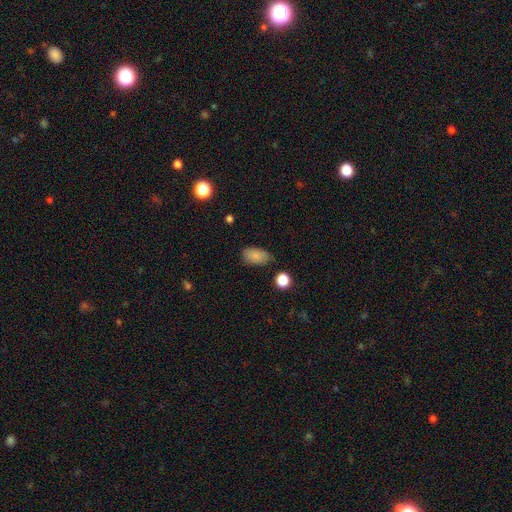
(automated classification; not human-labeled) Smooth or featured? Predicted: smooth (p=0.84). How rounded? Predicted: in between (p=0.92). Merging? Predicted: none (p=0.76).